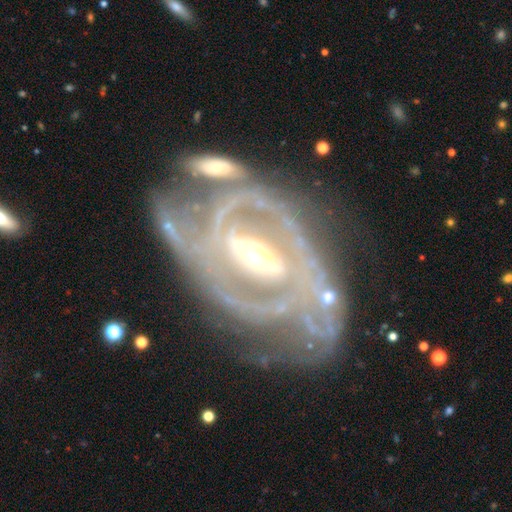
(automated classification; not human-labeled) Smooth or featured: featured or disk — 89% (smooth — 6%)
Edge-on disk: no — 95% (yes — 5%)
Bar: strong — 57% (weak — 28%)
Spiral arms: yes — 82% (no — 18%)
Spiral winding: tight — 54% (medium — 31%)
Spiral arm count: 2 — 45% (can't tell — 23%)
Bulge size: moderate — 60% (small — 31%)
Merging: none — 37% (major disturbance — 23%)